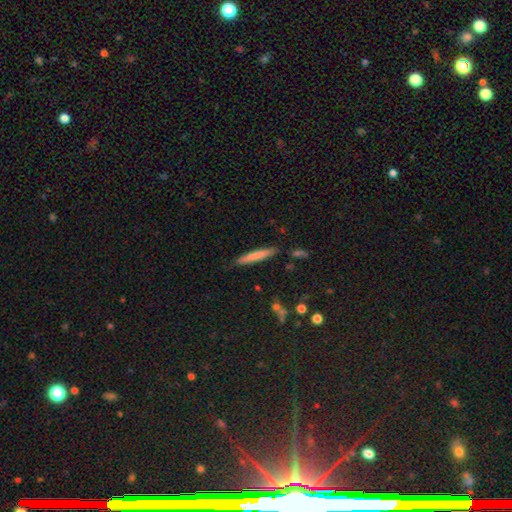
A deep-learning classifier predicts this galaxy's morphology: type=smooth (74%); roundness=cigar-shaped (94%); merging=none (87%).